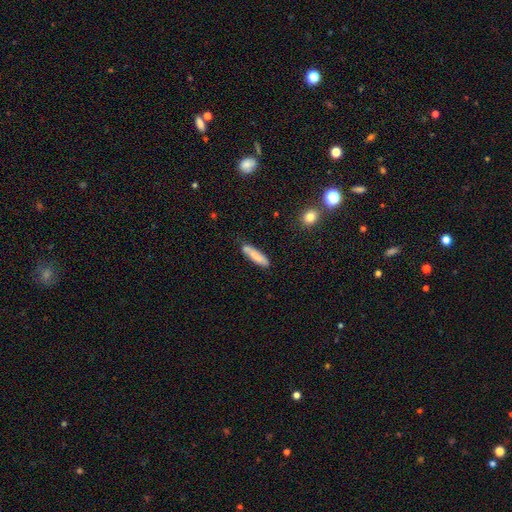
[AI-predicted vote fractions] smooth_or_featured: smooth (p=0.80) [alt: featured or disk p=0.14]
how_rounded: cigar-shaped (p=0.80) [alt: in between p=0.19]
merging: none (p=0.75) [alt: minor disturbance p=0.17]